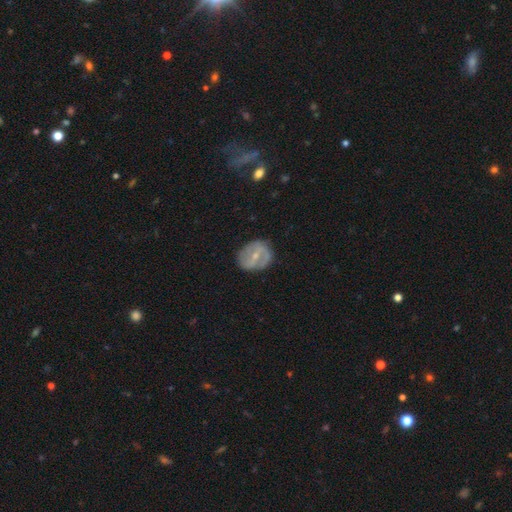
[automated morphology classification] Smooth or featured? Predicted: featured or disk (p=0.66). Edge-on disk? Predicted: no (p=0.95). Bar? Predicted: weak (p=0.41). Spiral arms? Predicted: yes (p=0.55). Bulge size? Predicted: small (p=0.58). Merging? Predicted: none (p=0.75).